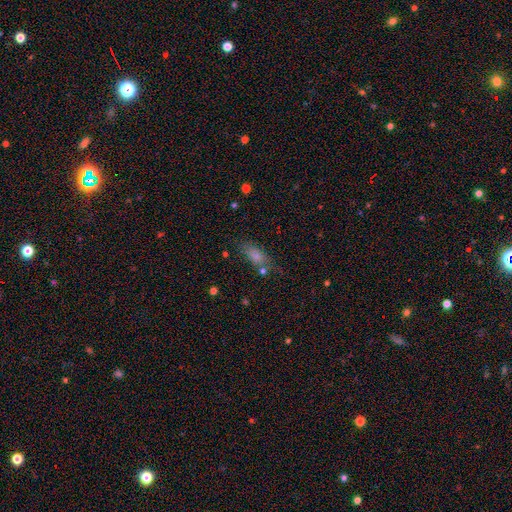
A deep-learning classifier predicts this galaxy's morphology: smooth_or_featured: smooth (p=0.78) [alt: star or artifact p=0.11]
how_rounded: in between (p=0.77) [alt: cigar-shaped p=0.19]
merging: none (p=0.62) [alt: minor disturbance p=0.20]